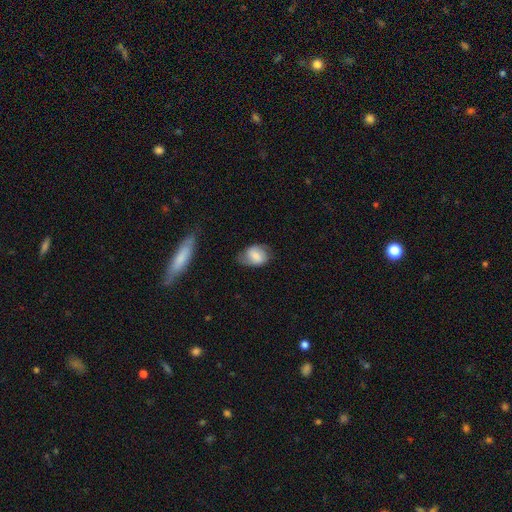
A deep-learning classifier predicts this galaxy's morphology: Smooth or featured: smooth — 63% (featured or disk — 29%)
How rounded: in between — 70% (round — 29%)
Merging: none — 56% (minor disturbance — 31%)